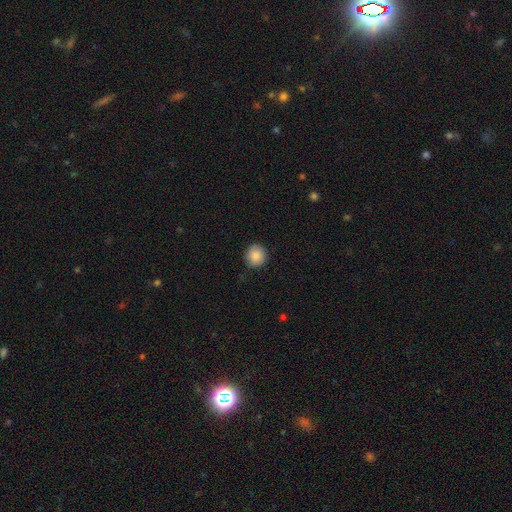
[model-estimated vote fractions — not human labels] A smooth galaxy with no disk features (87%) that is round (91%). Merging: none (86%).